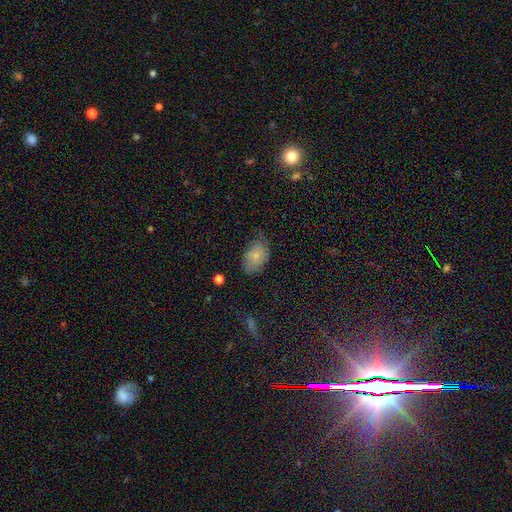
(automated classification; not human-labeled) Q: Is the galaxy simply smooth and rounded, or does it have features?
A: smooth — 77%.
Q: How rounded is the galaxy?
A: in between — 88%.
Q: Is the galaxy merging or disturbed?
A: none — 56%.